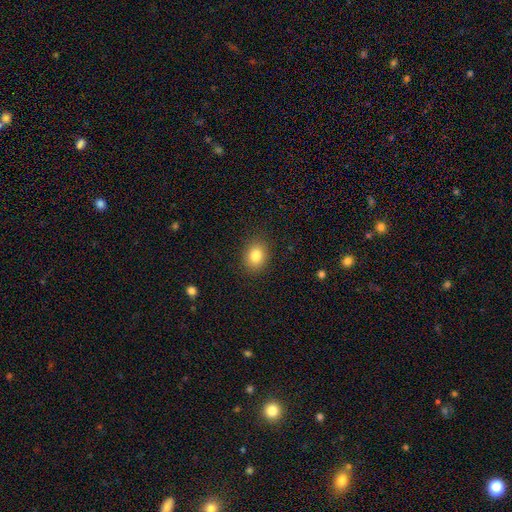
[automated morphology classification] This appears to be a smooth galaxy with no disk features (83%) that is in between round and cigar-shaped (50%, tied with round). Merging: none (88%).